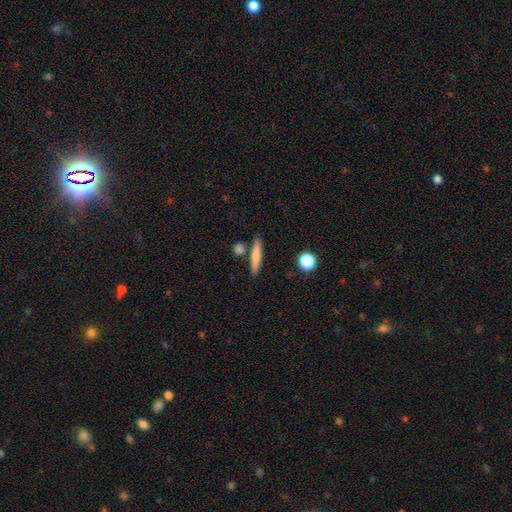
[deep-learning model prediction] Smooth or featured? smooth (77%)
How rounded? cigar-shaped (87%)
Merging? none (83%)